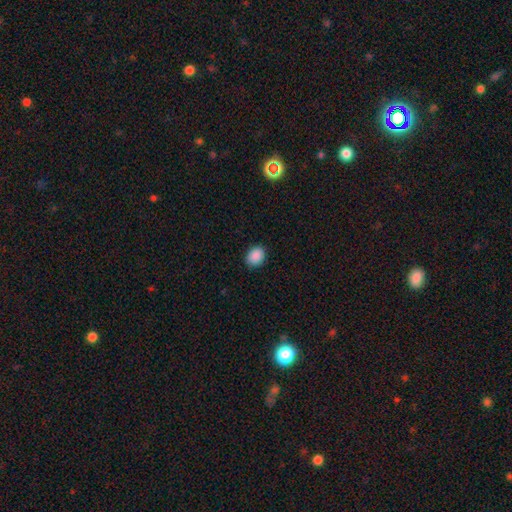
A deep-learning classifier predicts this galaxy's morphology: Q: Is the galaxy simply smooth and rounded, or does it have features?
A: smooth — 89%.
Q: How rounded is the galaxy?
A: in between — 54%.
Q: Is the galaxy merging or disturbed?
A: none — 88%.